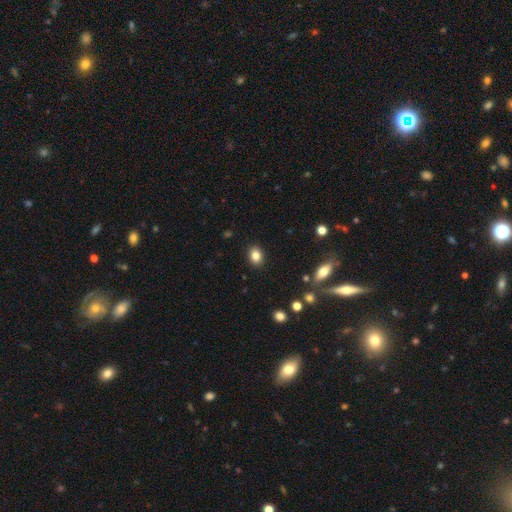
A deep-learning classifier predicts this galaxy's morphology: Smooth or featured: smooth — 84% (star or artifact — 10%)
How rounded: in between — 61% (round — 38%)
Merging: none — 89% (minor disturbance — 8%)